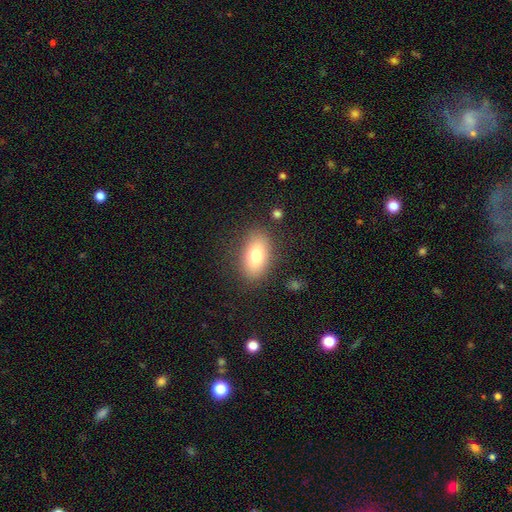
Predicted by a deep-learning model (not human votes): The model was most divided on "smooth or featured": smooth: 76%, featured or disk: 16%, star or artifact: 8%. More confident: how rounded — in between (89%); merging — none (83%).